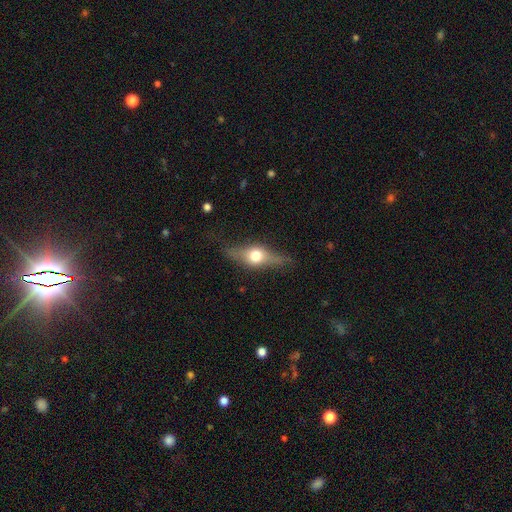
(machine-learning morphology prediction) Q: Smooth or featured?
A: featured or disk (56%); runner-up: smooth (36%)
Q: Edge-on disk?
A: yes (87%); runner-up: no (13%)
Q: Merging?
A: none (75%); runner-up: minor disturbance (17%)